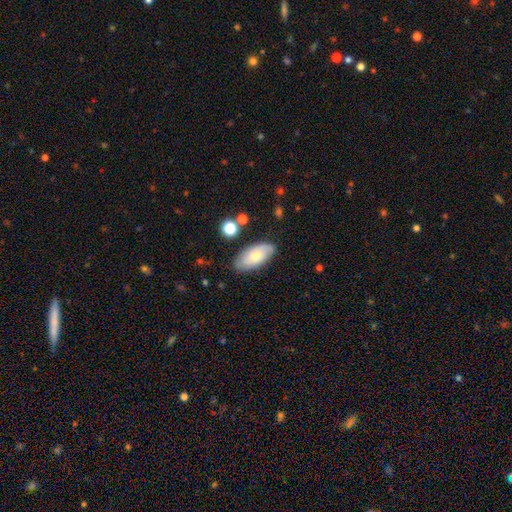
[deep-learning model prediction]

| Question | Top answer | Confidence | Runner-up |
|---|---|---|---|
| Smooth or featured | smooth | 60% | featured or disk (33%) |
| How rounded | in between | 92% | cigar-shaped (5%) |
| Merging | none | 79% | minor disturbance (15%) |